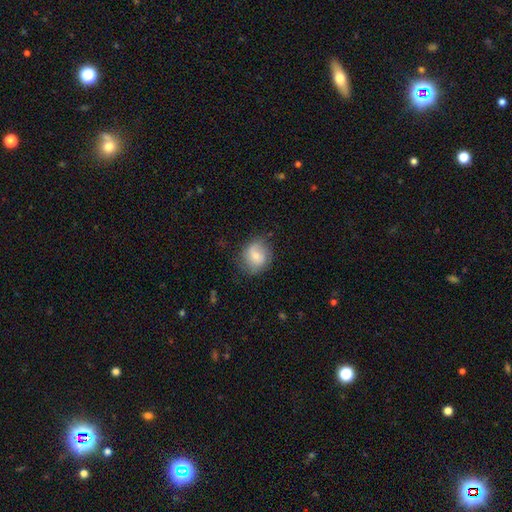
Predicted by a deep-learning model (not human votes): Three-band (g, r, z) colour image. It shows a smooth galaxy with no disk features (57%) that is round (77%). Merging: none (71%).